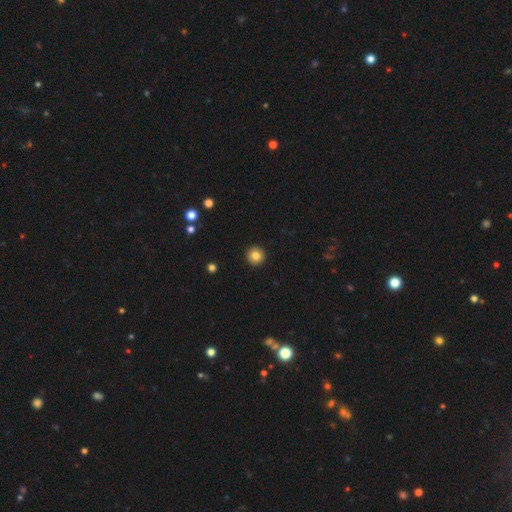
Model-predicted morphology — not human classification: smooth_or_featured: smooth (p=0.84) [alt: star or artifact p=0.10]
how_rounded: round (p=0.96) [alt: in between p=0.03]
merging: none (p=0.94) [alt: minor disturbance p=0.04]